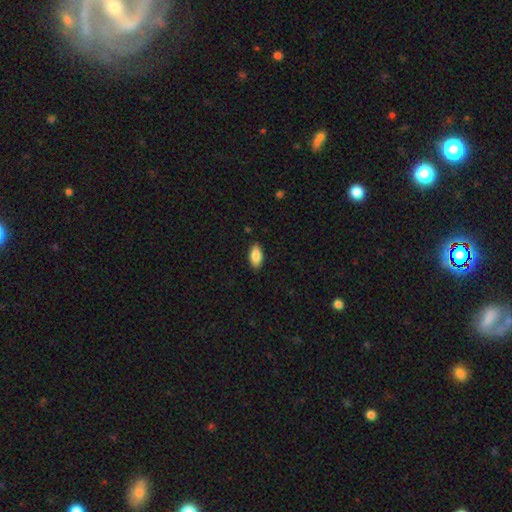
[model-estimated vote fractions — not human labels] smooth-or-featured: smooth: 86% | featured or disk: 7% | star or artifact: 6%
  how-rounded: in between: 91% | cigar-shaped: 7% | round: 3%
  merging: none: 87% | minor disturbance: 10% | major disturbance: 2% | merger: 1%